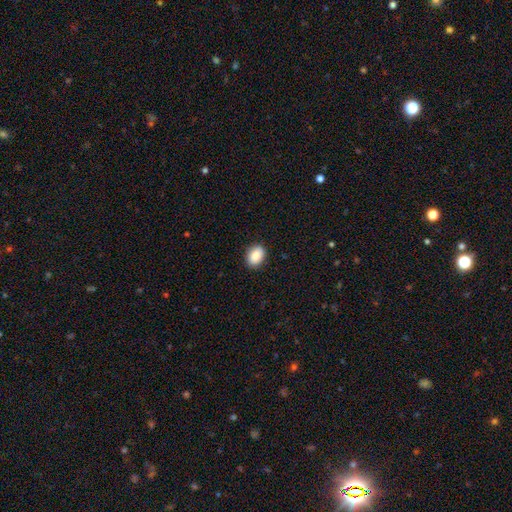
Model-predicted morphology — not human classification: Smooth or featured: smooth — 88% (star or artifact — 7%)
How rounded: in between — 75% (round — 24%)
Merging: none — 89% (minor disturbance — 8%)